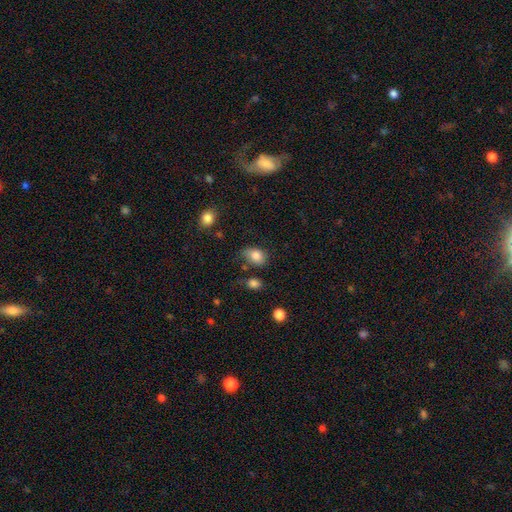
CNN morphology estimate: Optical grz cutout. It shows a smooth galaxy with no disk features (82%) that is in between round and cigar-shaped (71%). Merging: none (57%).